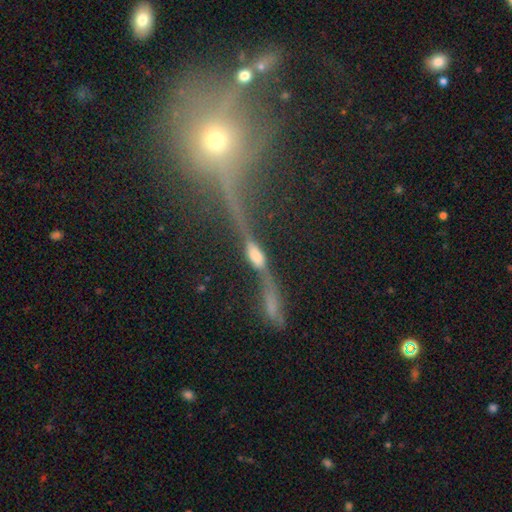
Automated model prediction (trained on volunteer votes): Smooth or featured: featured or disk — 62% (star or artifact — 20%)
Edge-on disk: yes — 62% (no — 38%)
Merging: none — 46% (merger — 20%)